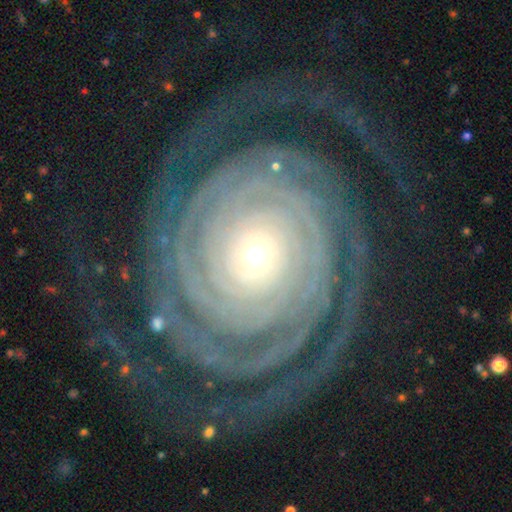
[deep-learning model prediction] Overall: featured or disk (93%). Edge-on disk: no (97%). Bar: no (77%). Spiral arms: yes (99%). Spiral arm count: 2 (58%). Spiral winding: tight (87%). Bulge size: small (71%). Merging: none (78%).